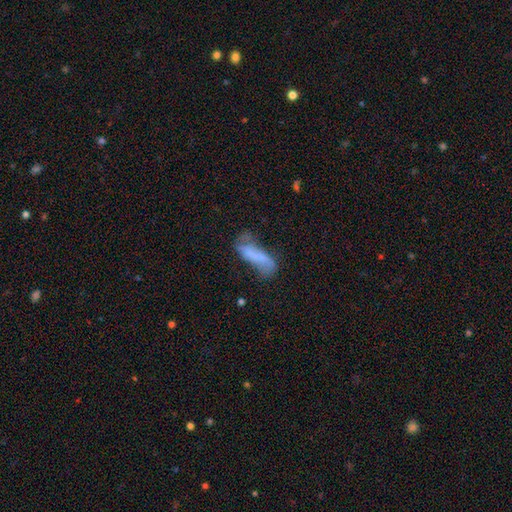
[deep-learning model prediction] smooth-or-featured: smooth: 56% | featured or disk: 35% | star or artifact: 10%
  how-rounded: in between: 53% | cigar-shaped: 45% | round: 3%
  merging: none: 37% | minor disturbance: 32% | major disturbance: 25% | merger: 7%